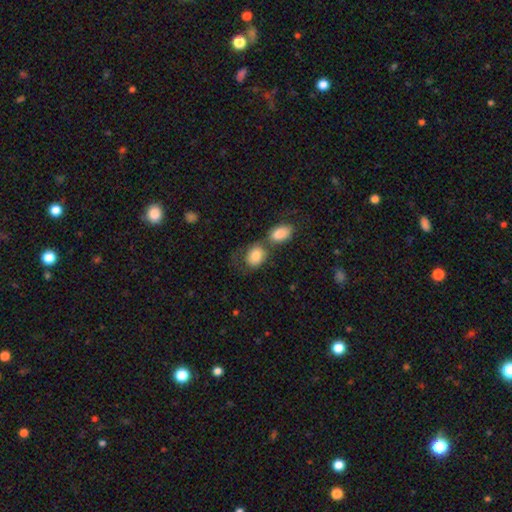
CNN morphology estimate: This is clearly a smooth galaxy (83%). How rounded: likely in between (66%). Merging: marginally merger (45%).